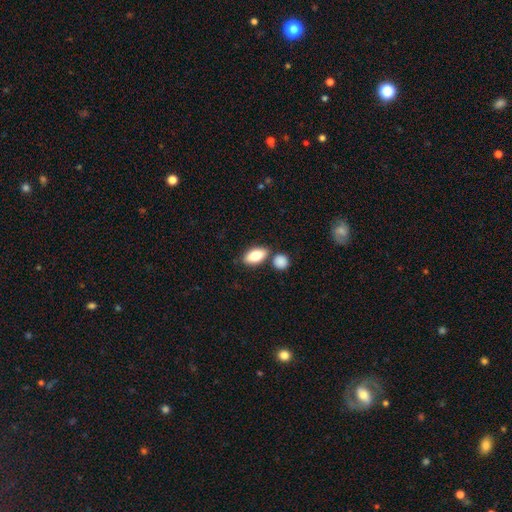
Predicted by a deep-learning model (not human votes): This appears to be a smooth galaxy with no disk features (80%) that is in between round and cigar-shaped (88%). Merging: none (70%).